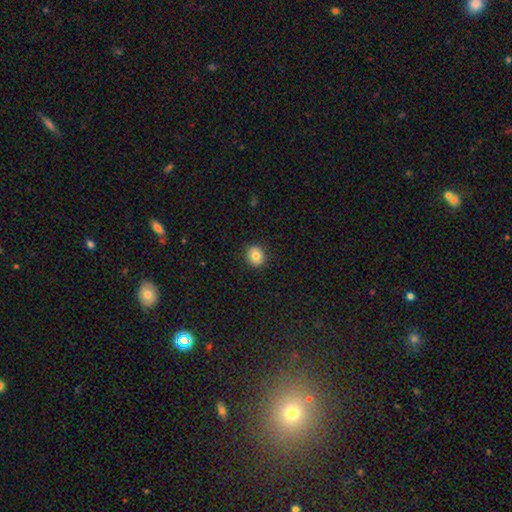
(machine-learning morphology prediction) A smooth galaxy with no disk features (82%) that is round (77%).

Vote fractions:
- Smooth or featured? smooth: 82% / star or artifact: 10% / featured or disk: 8%
- How rounded? round: 77% / in between: 22% / cigar-shaped: 1%
- Merging? none: 90% / minor disturbance: 7% / major disturbance: 2% / merger: 1%